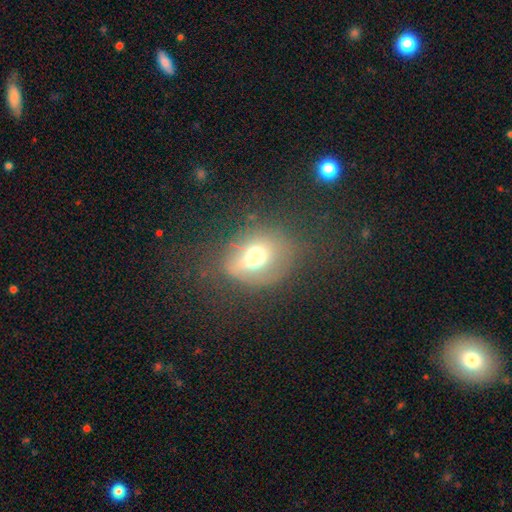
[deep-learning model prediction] The model was most divided on "how rounded": round: 58%, in between: 41%, cigar-shaped: 1%. Remaining: smooth or featured — smooth (59%); merging — none (44%).